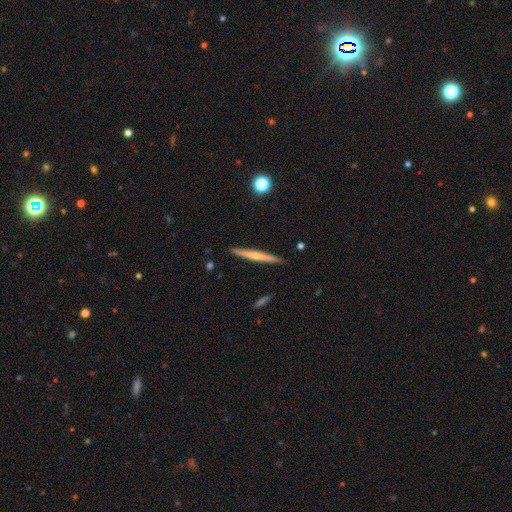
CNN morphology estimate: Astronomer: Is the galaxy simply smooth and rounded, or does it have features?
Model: featured or disk — 50% (runner-up: smooth, 44%).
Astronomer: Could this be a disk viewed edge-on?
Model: yes — 97%.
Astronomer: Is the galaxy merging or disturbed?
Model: none — 90%.